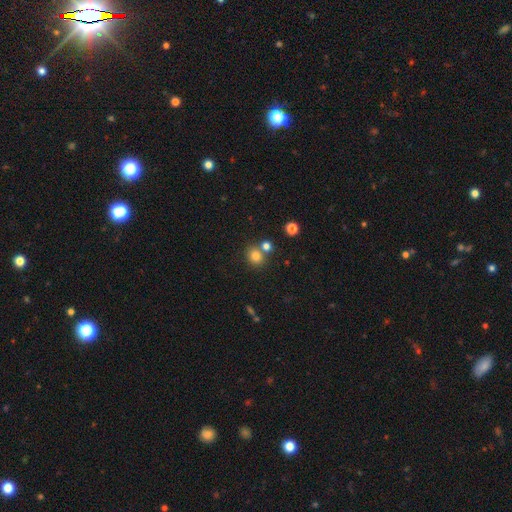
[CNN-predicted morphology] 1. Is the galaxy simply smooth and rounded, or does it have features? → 80% smooth, 14% star or artifact, 7% featured or disk.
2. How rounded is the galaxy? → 78% round, 21% in between, 1% cigar-shaped.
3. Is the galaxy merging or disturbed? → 65% none, 24% merger, 8% minor disturbance, 3% major disturbance.